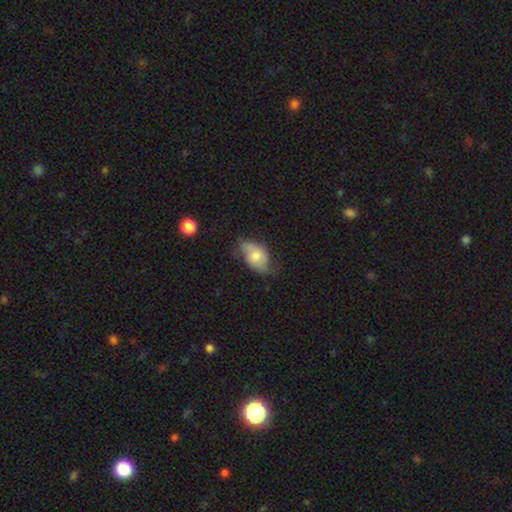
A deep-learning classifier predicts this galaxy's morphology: This appears to be a smooth galaxy with no disk features (55%) that is in between round and cigar-shaped (88%). Merging: none (49%).